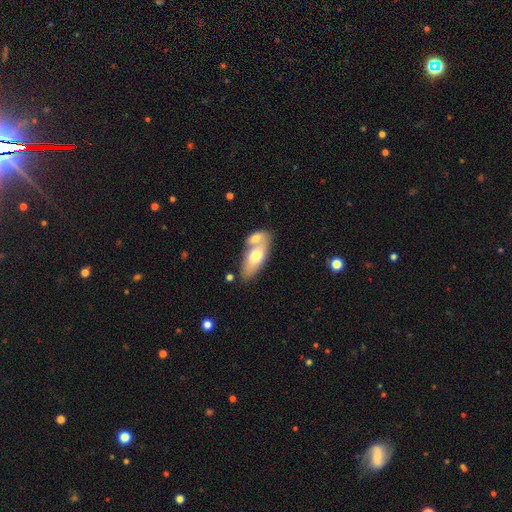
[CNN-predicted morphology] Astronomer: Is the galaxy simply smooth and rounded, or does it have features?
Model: smooth — 66%.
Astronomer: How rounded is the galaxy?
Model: in between — 83%.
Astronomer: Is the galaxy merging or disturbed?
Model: merger — 56% (runner-up: none, 31%).